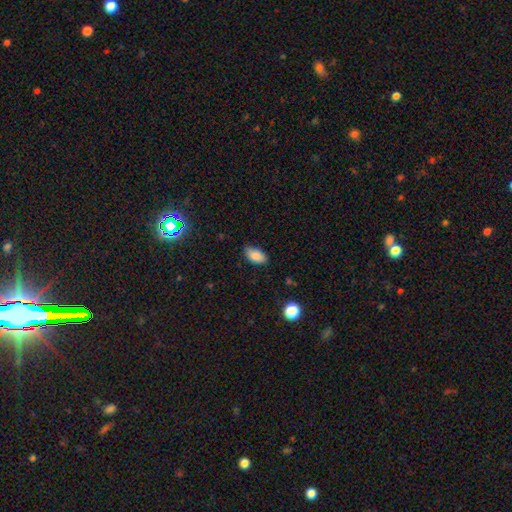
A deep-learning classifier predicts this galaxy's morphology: Overall: smooth (86%). How rounded: in between (93%). Merging: none (79%).